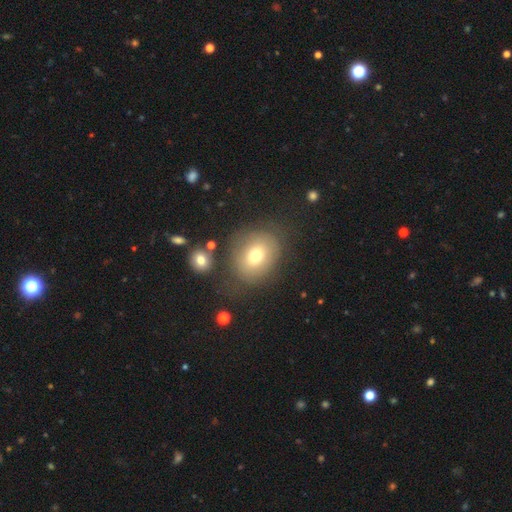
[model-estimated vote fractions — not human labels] Smooth or featured?
  - smooth: 69% *
  - featured or disk: 18%
  - star or artifact: 12%
How rounded?
  - round: 61% *
  - in between: 38%
  - cigar-shaped: 1%
Merging?
  - none: 68% *
  - minor disturbance: 17%
  - major disturbance: 10%
  - merger: 5%